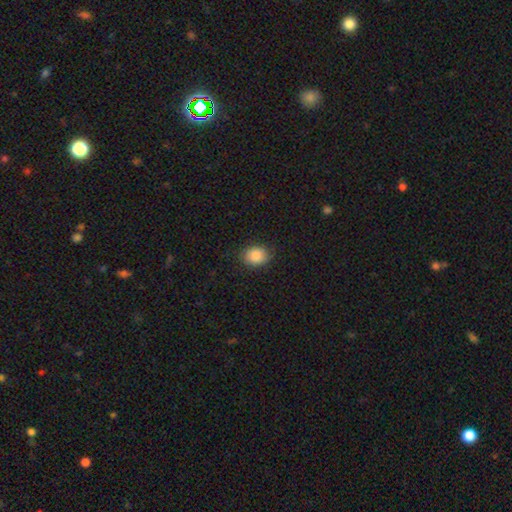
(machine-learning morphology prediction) This is clearly a smooth galaxy (88%). How rounded: possibly round (52%). Merging: clearly none (83%).